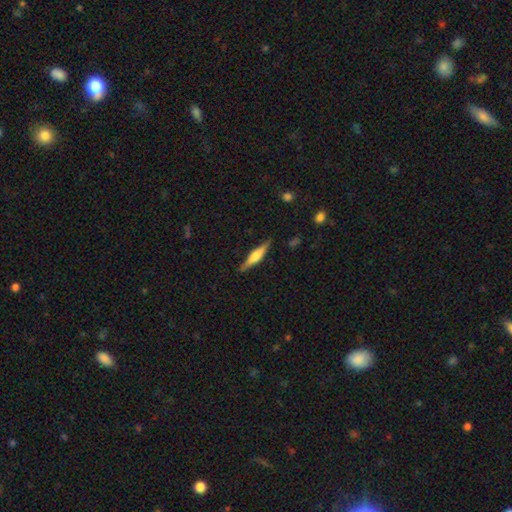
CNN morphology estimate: Smooth or featured? featured or disk (58%)
Edge-on disk? yes (96%)
Edge-on bulge? rounded (68%)
Merging? none (86%)